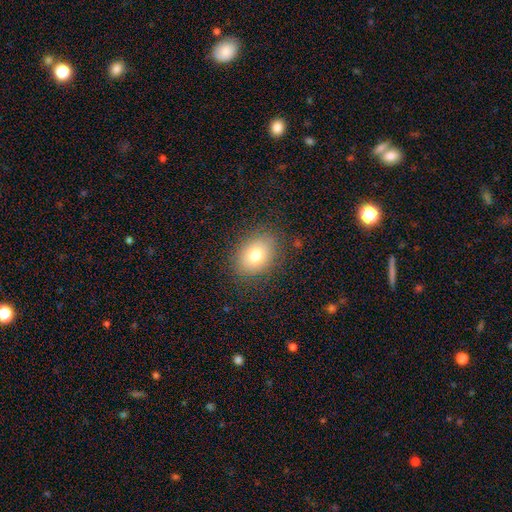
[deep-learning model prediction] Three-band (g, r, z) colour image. It shows a smooth galaxy with no disk features (77%) that is in between round and cigar-shaped (64%). Merging: none (84%).